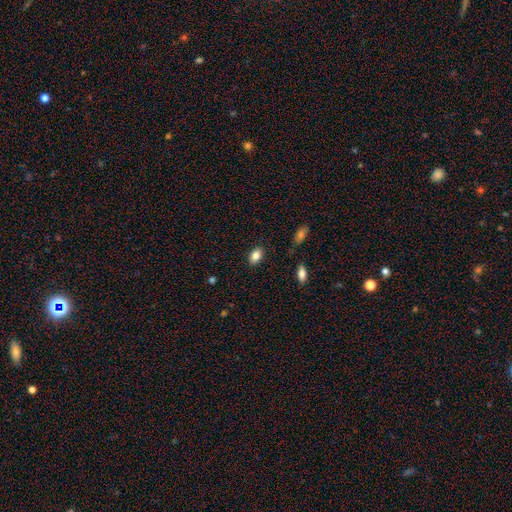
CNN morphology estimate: smooth-or-featured: smooth: 84% | star or artifact: 8% | featured or disk: 7%
  how-rounded: in between: 84% | round: 14% | cigar-shaped: 2%
  merging: none: 87% | minor disturbance: 9% | major disturbance: 2% | merger: 1%